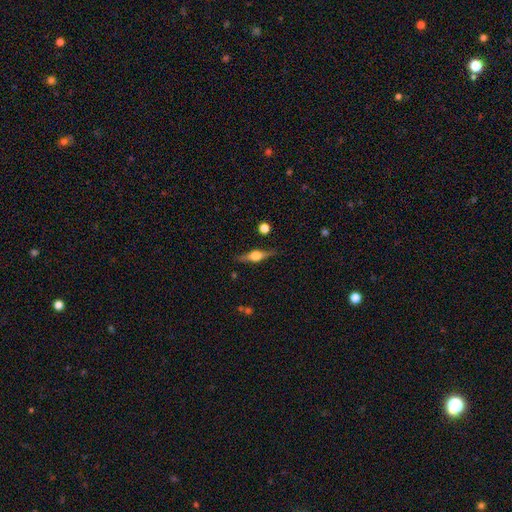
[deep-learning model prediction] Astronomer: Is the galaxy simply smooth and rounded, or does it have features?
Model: featured or disk — 73%.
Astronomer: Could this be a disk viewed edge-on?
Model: yes — 97%.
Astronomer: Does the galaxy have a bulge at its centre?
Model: rounded — 93%.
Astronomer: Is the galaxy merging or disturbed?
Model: none — 86%.